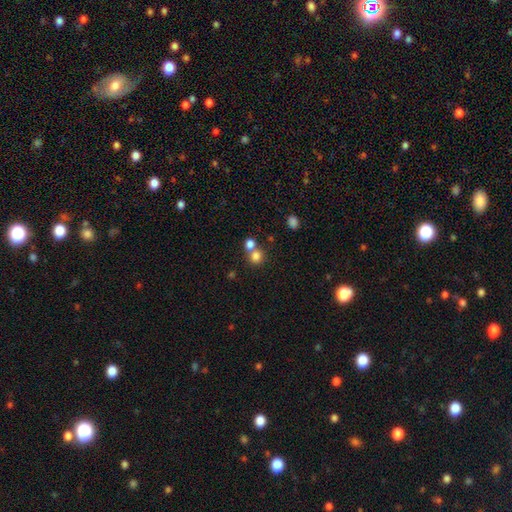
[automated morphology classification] smooth_or_featured: smooth (p=0.79) [alt: star or artifact p=0.13]
how_rounded: round (p=0.84) [alt: in between p=0.15]
merging: none (p=0.49) [alt: merger p=0.41]